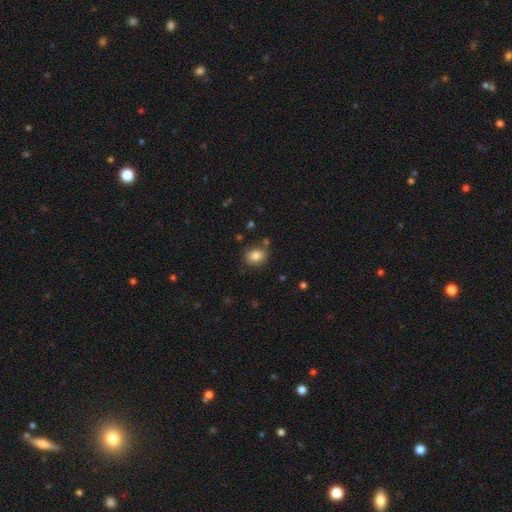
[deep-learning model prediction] Smooth or featured?
  - smooth: 83% *
  - star or artifact: 10%
  - featured or disk: 7%
How rounded?
  - in between: 56% *
  - round: 43%
  - cigar-shaped: 1%
Merging?
  - none: 81% *
  - minor disturbance: 12%
  - merger: 4%
  - major disturbance: 3%